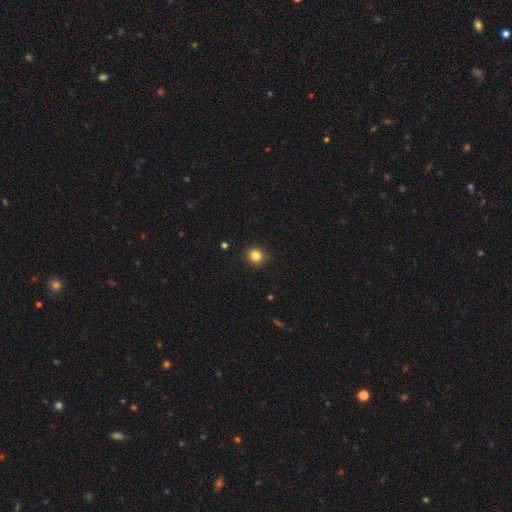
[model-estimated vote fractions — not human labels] A smooth galaxy with no disk features (83%) that is round (90%). Merging: none (91%).